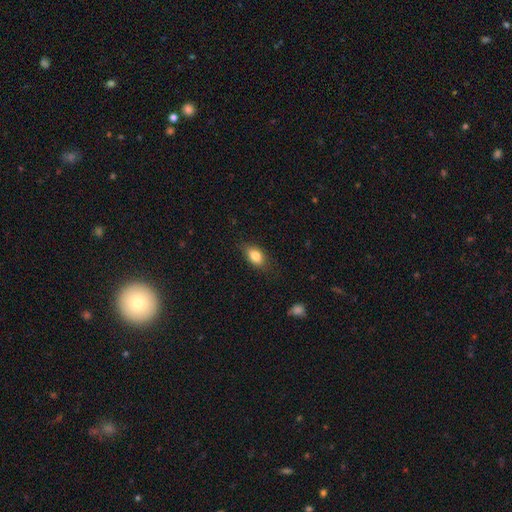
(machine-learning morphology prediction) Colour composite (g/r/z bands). It shows a smooth galaxy with no disk features (81%) that is in between round and cigar-shaped (83%). Merging: none (79%).